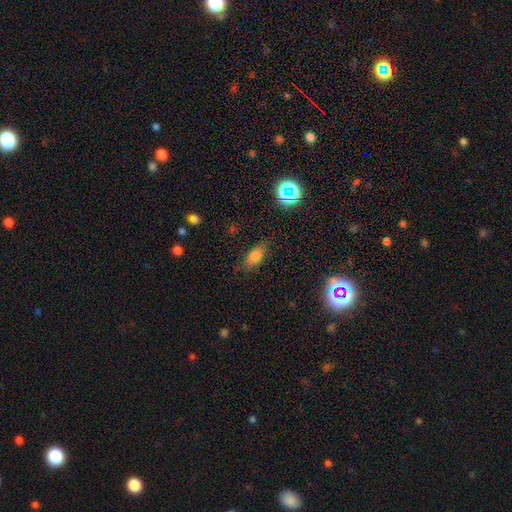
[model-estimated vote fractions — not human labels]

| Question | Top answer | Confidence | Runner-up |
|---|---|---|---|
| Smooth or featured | smooth | 75% | star or artifact (13%) |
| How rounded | in between | 81% | cigar-shaped (12%) |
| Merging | none | 78% | minor disturbance (16%) |